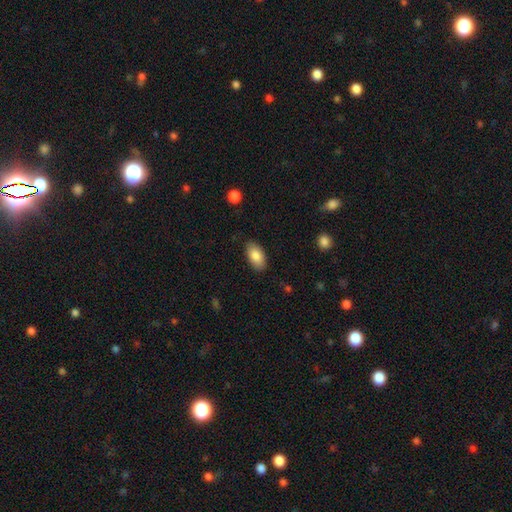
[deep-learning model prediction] Smooth or featured? smooth (85%)
How rounded? in between (94%)
Merging? none (86%)